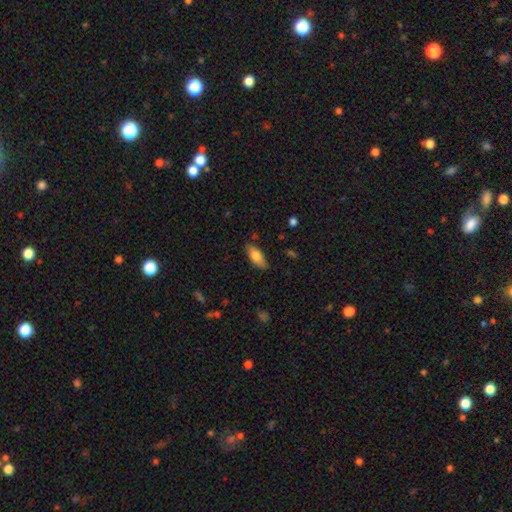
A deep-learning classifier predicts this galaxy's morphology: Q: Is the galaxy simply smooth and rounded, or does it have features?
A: smooth — 76%.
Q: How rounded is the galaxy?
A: in between — 81%.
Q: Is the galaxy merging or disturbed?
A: none — 82%.